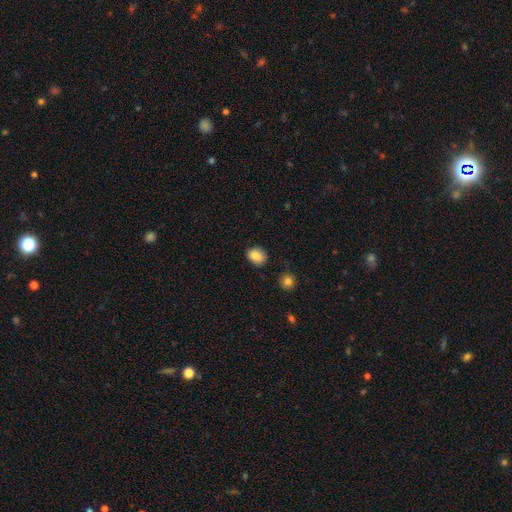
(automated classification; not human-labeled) Morphology: type=smooth (84%); roundness=in between (53%); merging=none (78%).